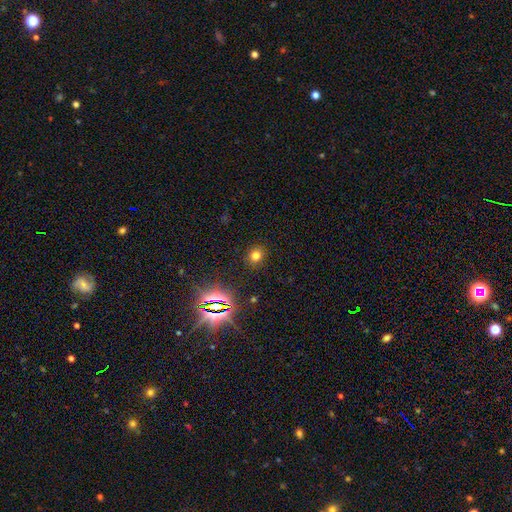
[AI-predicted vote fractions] Smooth or featured? Predicted: smooth (p=0.72). How rounded? Predicted: round (p=0.77). Merging? Predicted: none (p=0.89).